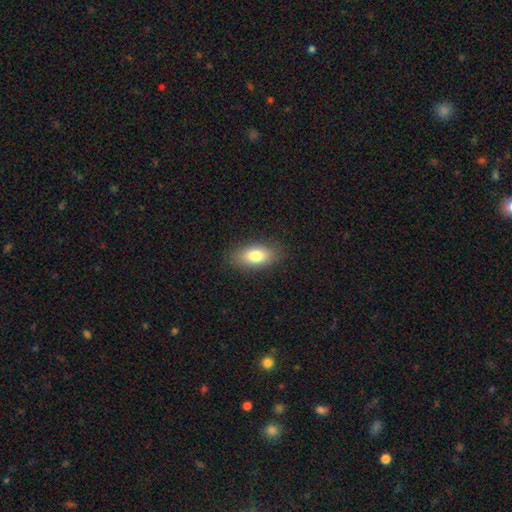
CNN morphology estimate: smooth_or_featured: smooth (p=0.80) [alt: featured or disk p=0.12]
how_rounded: in between (p=0.88) [alt: cigar-shaped p=0.06]
merging: none (p=0.86) [alt: minor disturbance p=0.10]